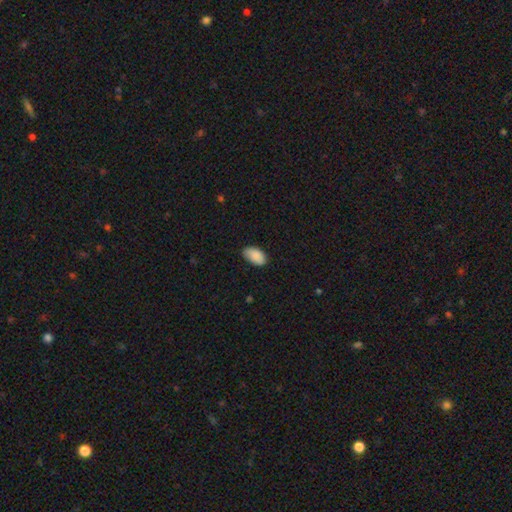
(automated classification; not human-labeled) Smooth or featured? Predicted: smooth (p=0.89). How rounded? Predicted: in between (p=0.95). Merging? Predicted: none (p=0.77).